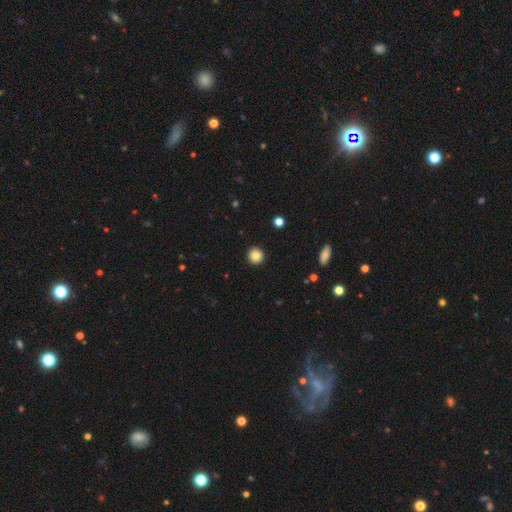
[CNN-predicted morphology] smooth 85%, star or artifact 10%, featured or disk 4%. Down the decision tree: how rounded — round (94%); merging — none (92%).